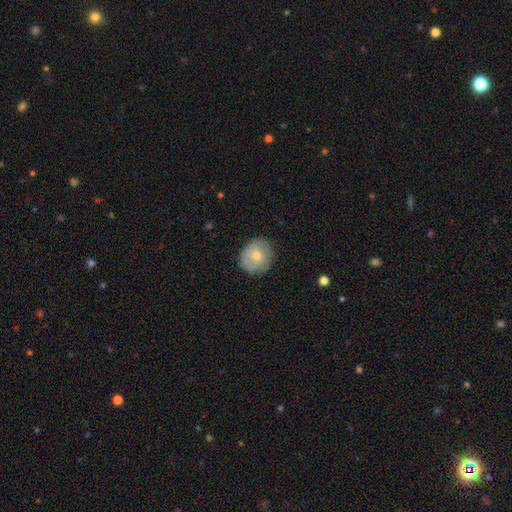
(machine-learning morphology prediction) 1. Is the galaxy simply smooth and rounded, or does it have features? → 61% smooth, 33% featured or disk, 6% star or artifact.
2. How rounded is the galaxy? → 83% round, 16% in between, 1% cigar-shaped.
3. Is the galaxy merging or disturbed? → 78% none, 16% minor disturbance, 4% major disturbance, 1% merger.